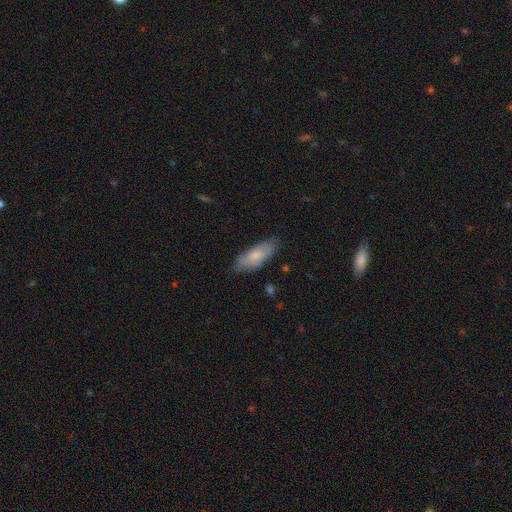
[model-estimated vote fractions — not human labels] smooth 72%, featured or disk 22%, star or artifact 6%. Down the decision tree: how rounded — in between (72%); merging — none (72%).